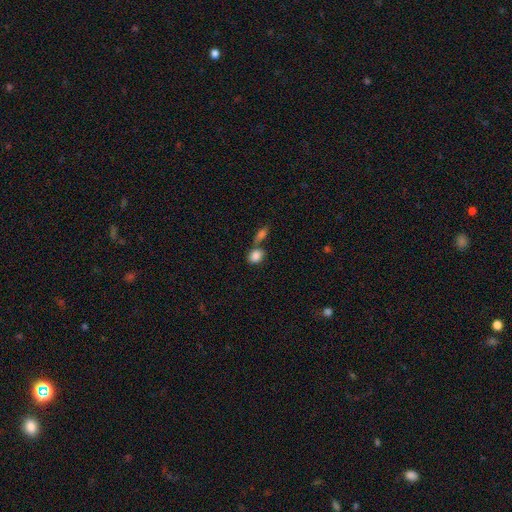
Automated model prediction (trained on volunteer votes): Q: Smooth or featured?
A: smooth (86%); runner-up: star or artifact (8%)
Q: How rounded?
A: in between (60%); runner-up: round (37%)
Q: Merging?
A: none (46%); runner-up: merger (38%)